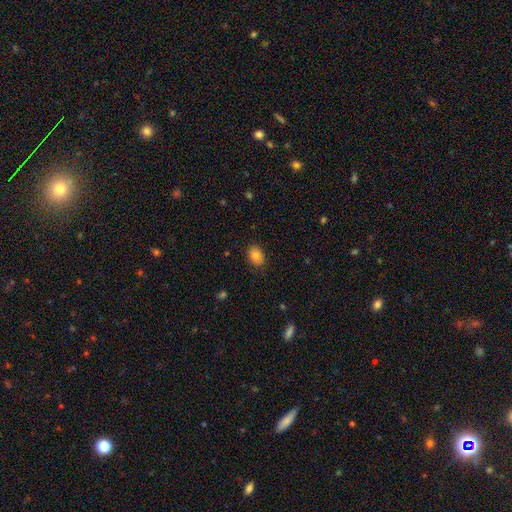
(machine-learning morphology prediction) This is clearly a smooth galaxy (84%). How rounded: likely in between (69%). Merging: clearly none (85%).